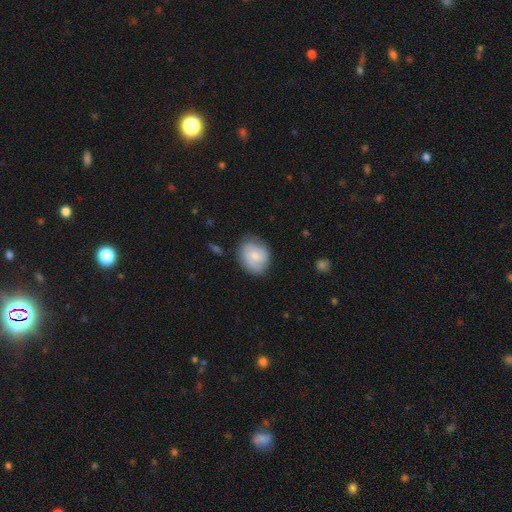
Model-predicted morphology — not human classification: type=smooth (61%); roundness=in between (55%); merging=none (73%).